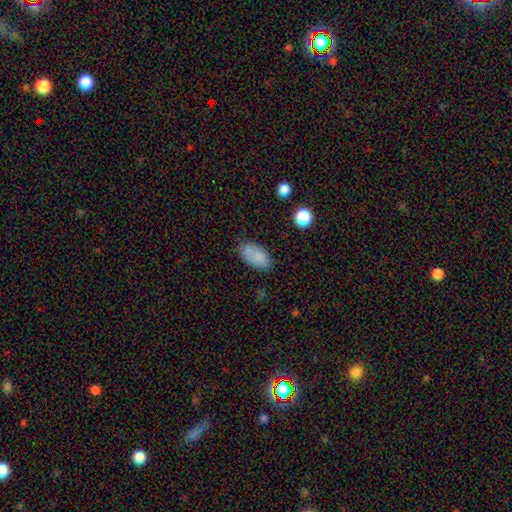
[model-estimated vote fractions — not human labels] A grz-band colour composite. It shows a smooth galaxy with no disk features (84%) that is in between round and cigar-shaped (93%). Merging: none (76%).